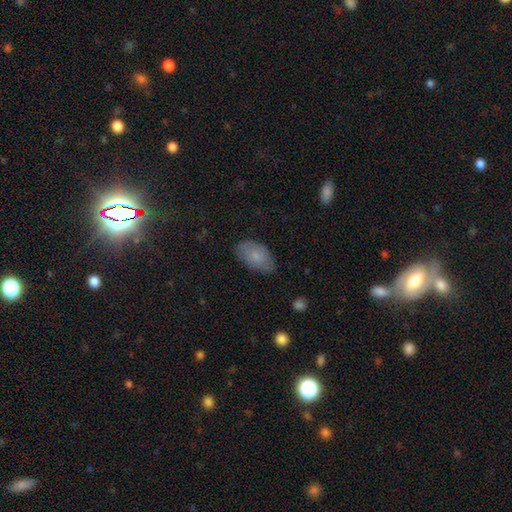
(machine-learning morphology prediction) Smooth or featured?
  - smooth: 75% *
  - featured or disk: 18%
  - star or artifact: 7%
How rounded?
  - in between: 93% *
  - round: 5%
  - cigar-shaped: 2%
Merging?
  - none: 76% *
  - minor disturbance: 19%
  - major disturbance: 4%
  - merger: 1%